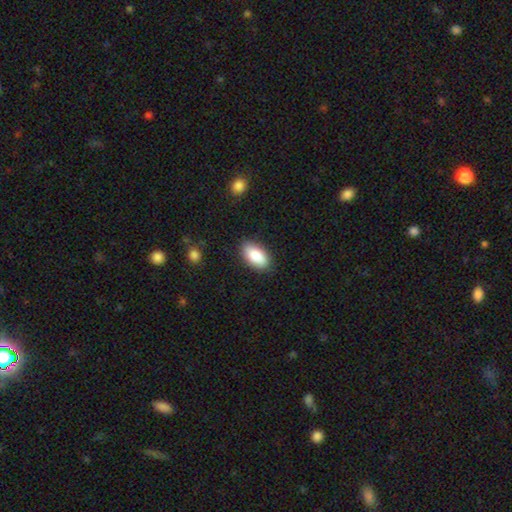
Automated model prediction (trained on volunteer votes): Smooth or featured? smooth (88%)
How rounded? in between (94%)
Merging? none (85%)